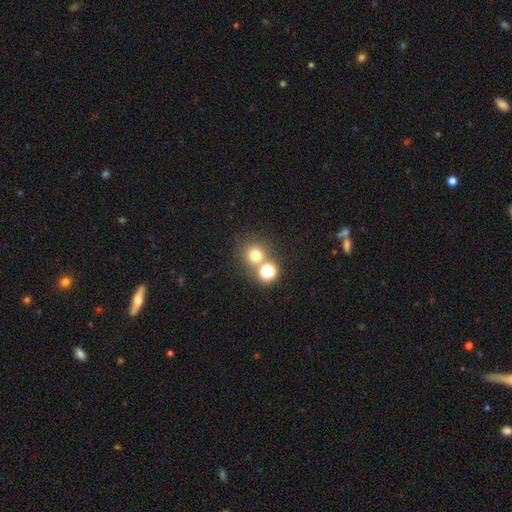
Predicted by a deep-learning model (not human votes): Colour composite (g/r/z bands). It shows a smooth galaxy with no disk features (72%) that is round (90%). Merging: none (63%).